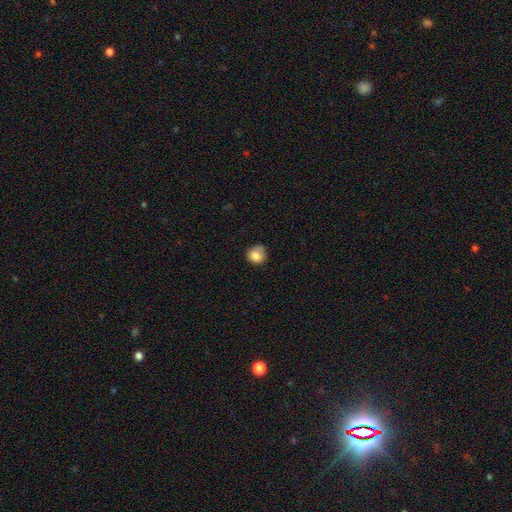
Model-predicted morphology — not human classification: This is clearly a smooth galaxy (82%). How rounded: clearly round (85%). Merging: likely none (64%).